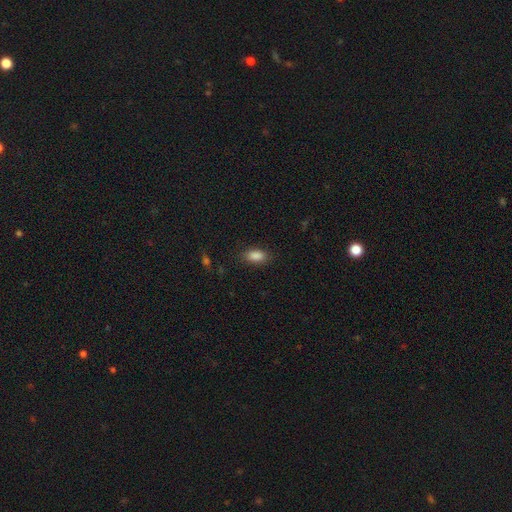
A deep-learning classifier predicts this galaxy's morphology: smooth-or-featured: smooth: 88% | star or artifact: 8% | featured or disk: 4%
  how-rounded: in between: 89% | cigar-shaped: 6% | round: 4%
  merging: none: 84% | minor disturbance: 11% | major disturbance: 3% | merger: 1%